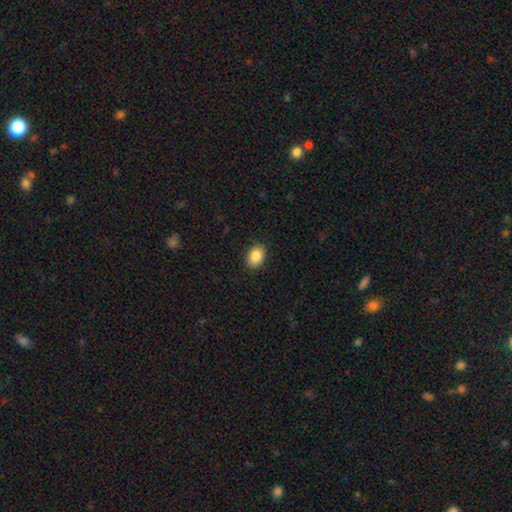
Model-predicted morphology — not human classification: type=smooth (86%); roundness=in between (76%); merging=none (89%).